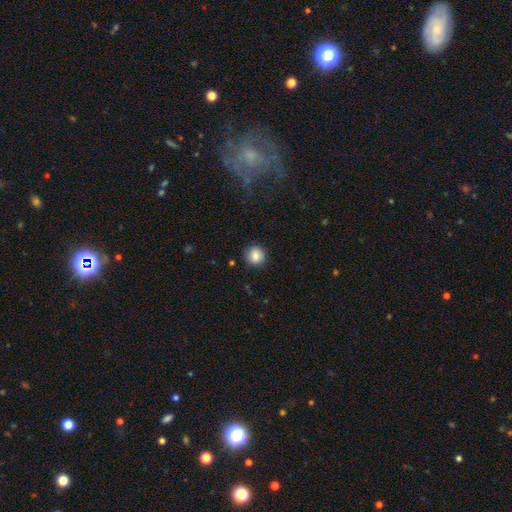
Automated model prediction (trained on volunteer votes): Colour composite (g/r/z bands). It shows a smooth galaxy with no disk features (85%) that is round (91%). Merging: none (88%).